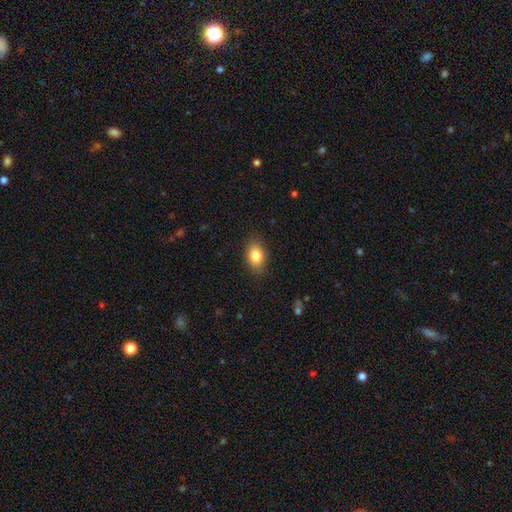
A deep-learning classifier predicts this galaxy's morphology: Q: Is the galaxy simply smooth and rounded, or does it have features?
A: smooth — 83%.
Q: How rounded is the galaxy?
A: in between — 81%.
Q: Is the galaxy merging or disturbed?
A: none — 85%.